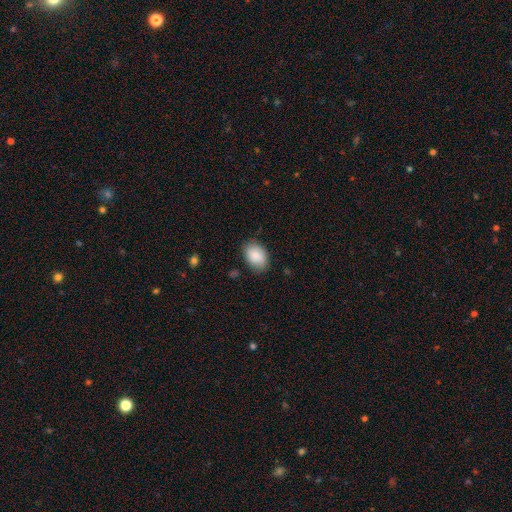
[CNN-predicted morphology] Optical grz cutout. It shows a smooth galaxy with no disk features (87%) that is in between round and cigar-shaped (82%). Merging: none (80%).